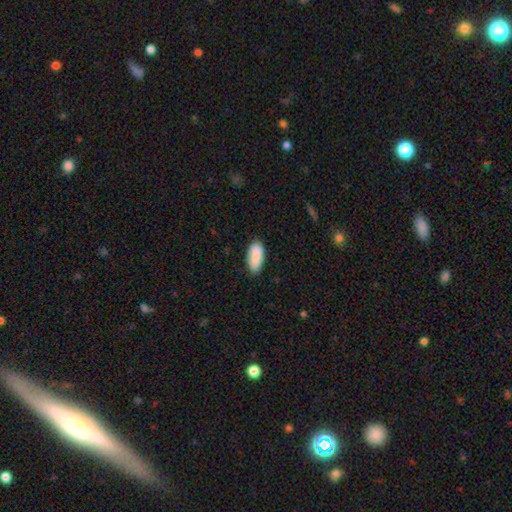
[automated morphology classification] Smooth or featured?
  - smooth: 89% *
  - star or artifact: 6%
  - featured or disk: 4%
How rounded?
  - in between: 90% *
  - cigar-shaped: 8%
  - round: 2%
Merging?
  - none: 83% *
  - minor disturbance: 14%
  - major disturbance: 2%
  - merger: 1%